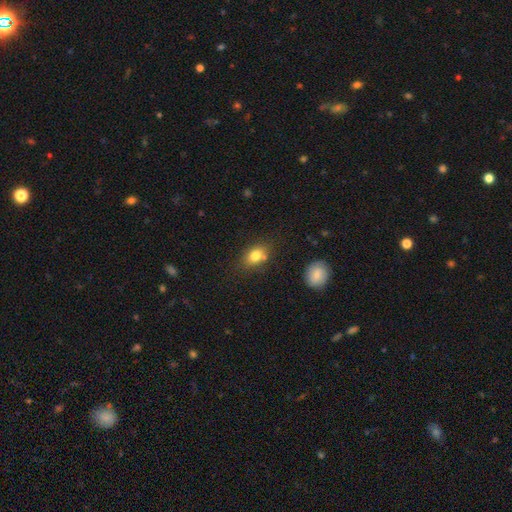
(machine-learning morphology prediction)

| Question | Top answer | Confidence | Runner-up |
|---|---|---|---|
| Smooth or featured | smooth | 79% | featured or disk (11%) |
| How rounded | in between | 69% | round (29%) |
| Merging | none | 67% | minor disturbance (16%) |